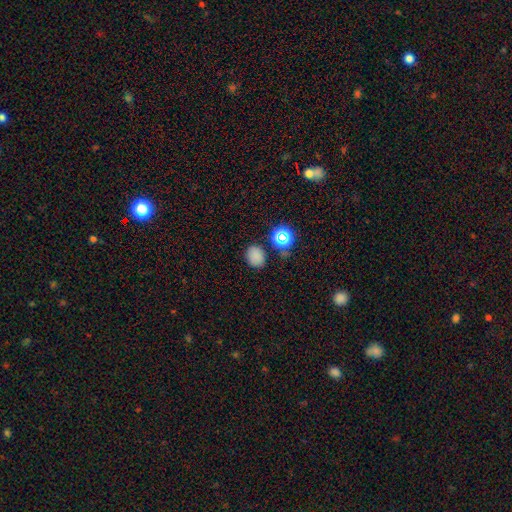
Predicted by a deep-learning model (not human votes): Smooth or featured? Predicted: smooth (p=0.77). How rounded? Predicted: round (p=0.52). Merging? Predicted: none (p=0.80).